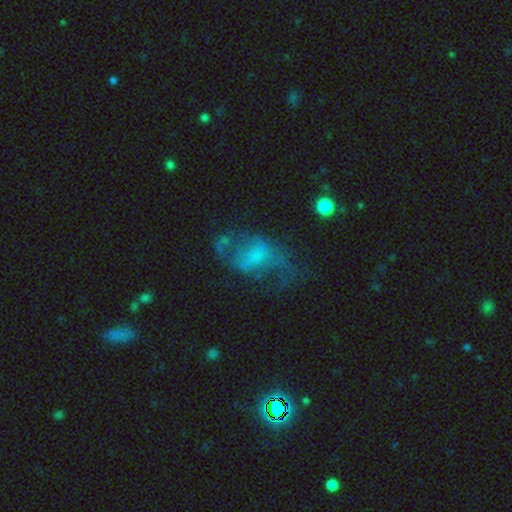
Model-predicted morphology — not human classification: The model was most divided on "merging": major disturbance: 40%, none: 35%, minor disturbance: 20%, merger: 4%. Remaining: edge-on disk — no (96%); smooth or featured — featured or disk (57%); bar — no (56%); spiral arms — yes (55%); bulge size — none (40%).